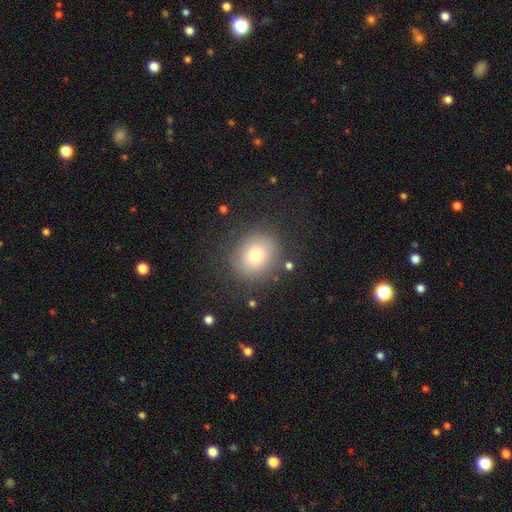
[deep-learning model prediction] A smooth galaxy with no disk features (69%) that is round (74%). Merging: none (82%).